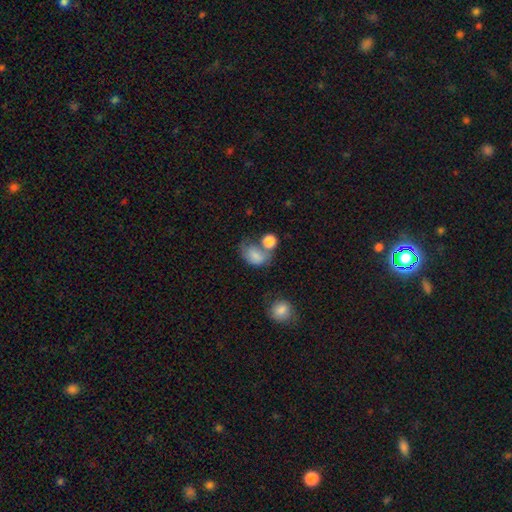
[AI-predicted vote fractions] This is likely a smooth galaxy (77%). How rounded: likely in between (72%). Merging: marginally merger (35%).